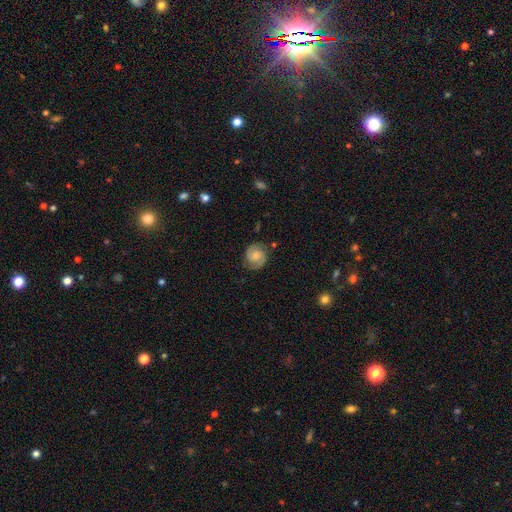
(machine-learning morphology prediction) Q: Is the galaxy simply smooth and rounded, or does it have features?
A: featured or disk — 71%.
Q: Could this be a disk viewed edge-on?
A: no — 98%.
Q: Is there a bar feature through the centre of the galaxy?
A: no — 63%.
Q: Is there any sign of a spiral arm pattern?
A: yes — 95%.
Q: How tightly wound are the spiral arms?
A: tight — 48%.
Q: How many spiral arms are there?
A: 2 — 89%.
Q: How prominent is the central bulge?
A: moderate — 48%.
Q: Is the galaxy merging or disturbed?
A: none — 81%.